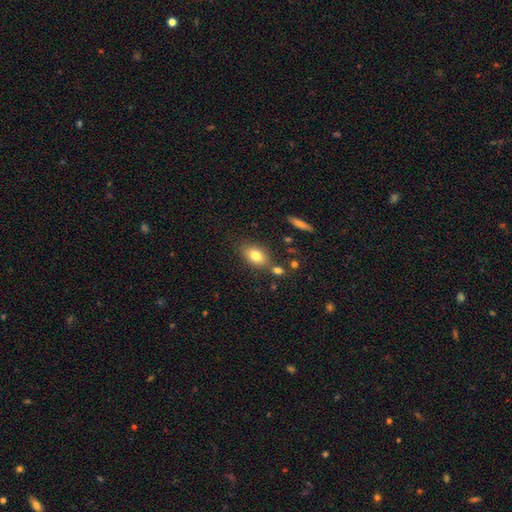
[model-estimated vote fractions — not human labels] Q: Smooth or featured?
A: smooth (78%); runner-up: featured or disk (13%)
Q: How rounded?
A: in between (83%); runner-up: round (13%)
Q: Merging?
A: none (73%); runner-up: minor disturbance (14%)